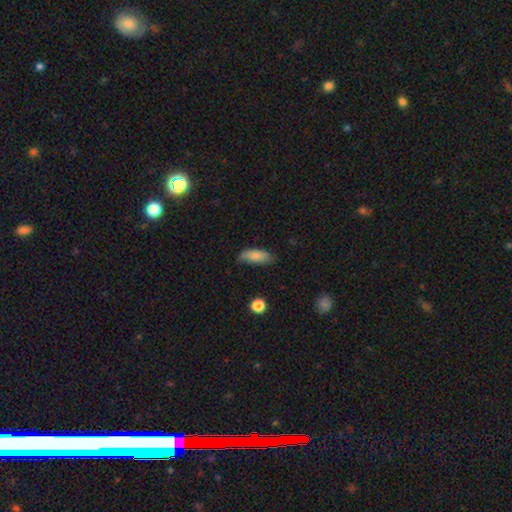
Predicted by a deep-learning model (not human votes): Q: Smooth or featured?
A: smooth (82%); runner-up: featured or disk (10%)
Q: How rounded?
A: in between (76%); runner-up: cigar-shaped (21%)
Q: Merging?
A: none (65%); runner-up: minor disturbance (27%)